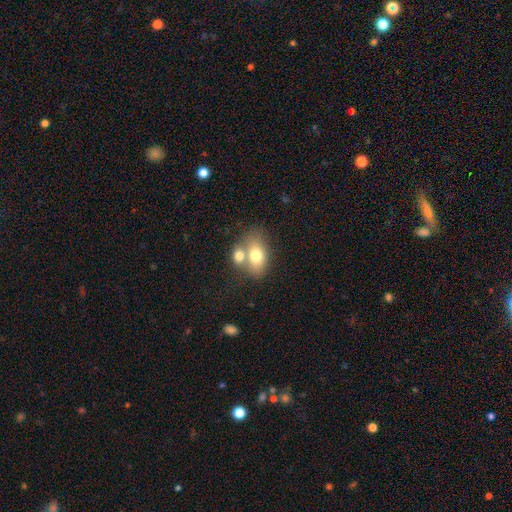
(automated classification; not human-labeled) smooth_or_featured: smooth (p=0.73) [alt: featured or disk p=0.19]
how_rounded: in between (p=0.82) [alt: round p=0.16]
merging: merger (p=0.51) [alt: none p=0.35]